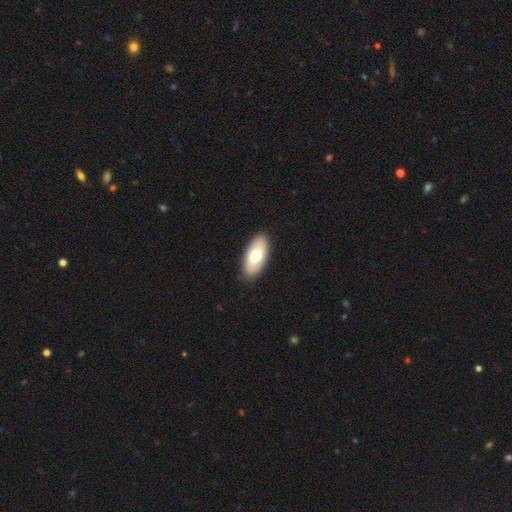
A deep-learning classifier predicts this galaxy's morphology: Smooth or featured? smooth (73%)
How rounded? in between (91%)
Merging? none (89%)